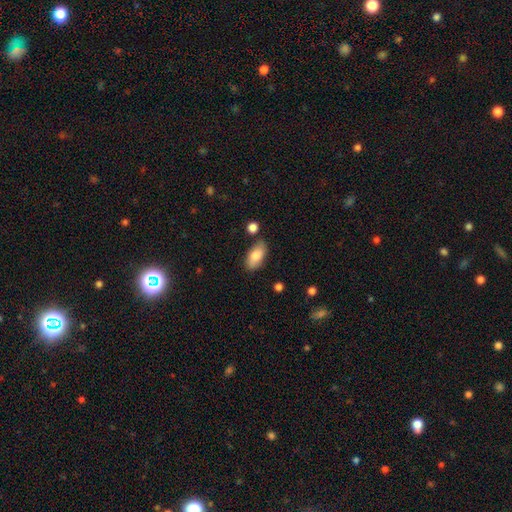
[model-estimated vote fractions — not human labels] The model was most divided on "merging": none: 77%, minor disturbance: 15%, merger: 5%, major disturbance: 3%. More confident: how rounded — in between (91%); smooth or featured — smooth (82%).